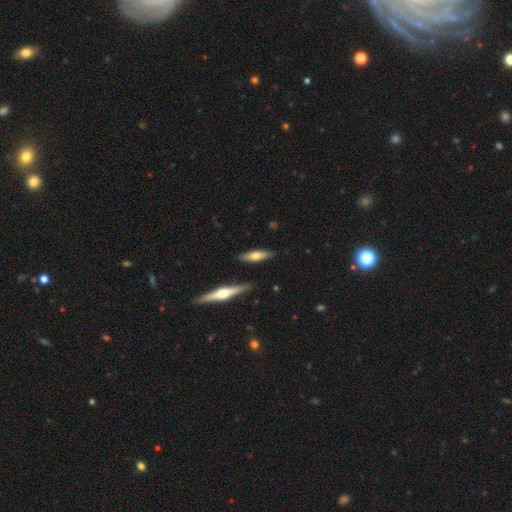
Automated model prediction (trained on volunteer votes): This appears to be a smooth galaxy with no disk features (52%) that is cigar-shaped (65%). Merging: none (84%).